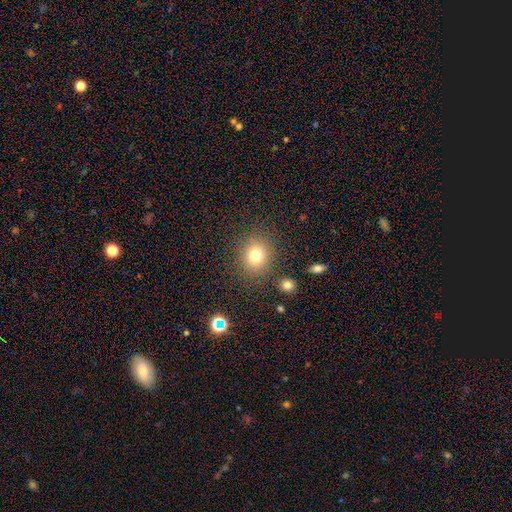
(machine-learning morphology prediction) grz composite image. It shows a smooth galaxy with no disk features (77%) that is round (76%). Merging: none (84%).